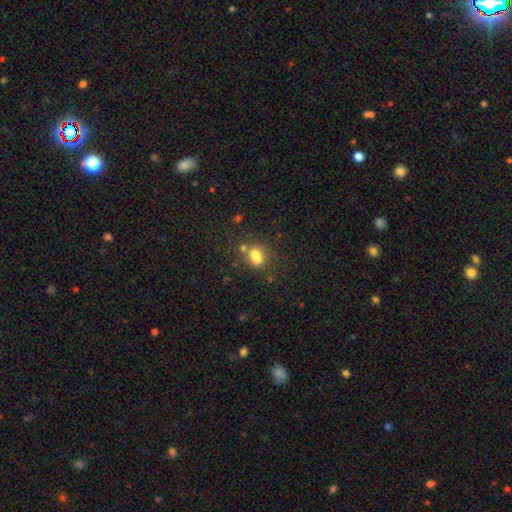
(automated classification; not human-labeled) Smooth or featured? smooth (68%)
How rounded? round (54%)
Merging? none (40%)